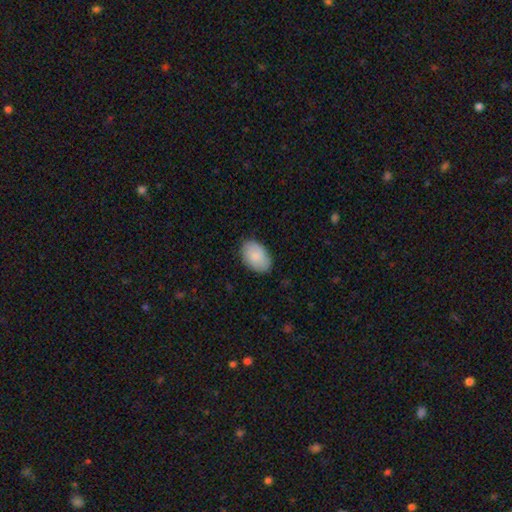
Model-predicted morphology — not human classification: Smooth or featured? Predicted: smooth (p=0.85). How rounded? Predicted: in between (p=0.91). Merging? Predicted: none (p=0.84).